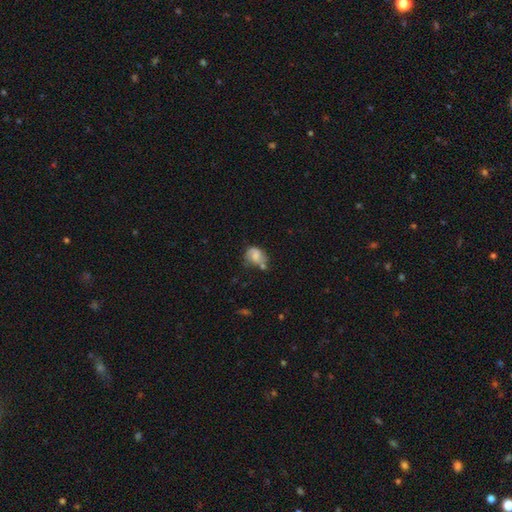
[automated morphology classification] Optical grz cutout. It shows a smooth galaxy with no disk features (62%) that is in between round and cigar-shaped (60%). Merging: none (33%).